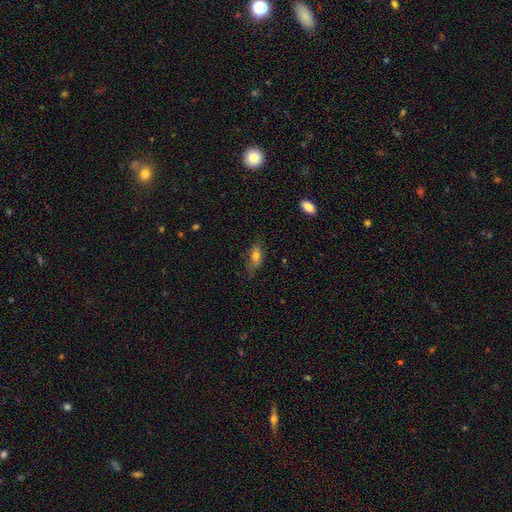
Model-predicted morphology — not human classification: This is likely a smooth galaxy (69%). How rounded: likely in between (77%). Merging: likely none (62%).